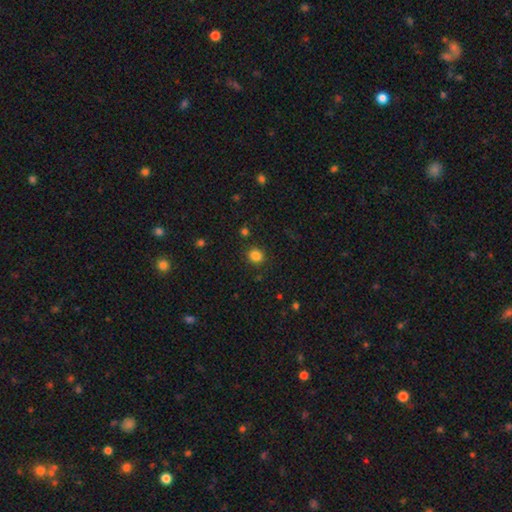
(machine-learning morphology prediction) The model was most divided on "how rounded": round: 82%, in between: 17%, cigar-shaped: 1%. More confident: merging — none (89%); smooth or featured — smooth (84%).